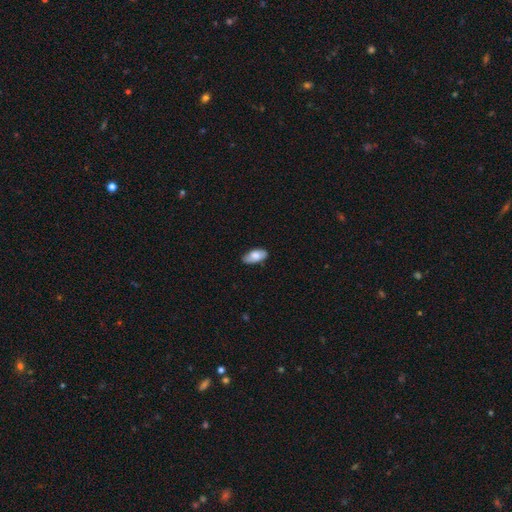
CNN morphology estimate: Q: Smooth or featured?
A: smooth (75%); runner-up: featured or disk (18%)
Q: How rounded?
A: in between (92%); runner-up: cigar-shaped (5%)
Q: Merging?
A: none (78%); runner-up: minor disturbance (18%)